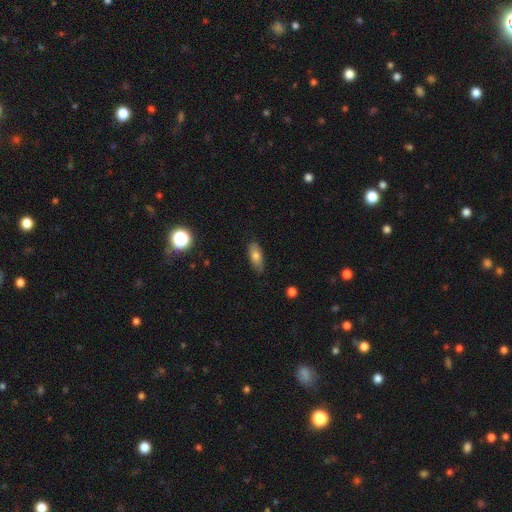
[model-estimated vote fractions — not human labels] Smooth or featured?
  - smooth: 75% *
  - featured or disk: 17%
  - star or artifact: 8%
How rounded?
  - in between: 78% *
  - cigar-shaped: 19%
  - round: 3%
Merging?
  - none: 81% *
  - minor disturbance: 15%
  - major disturbance: 3%
  - merger: 1%